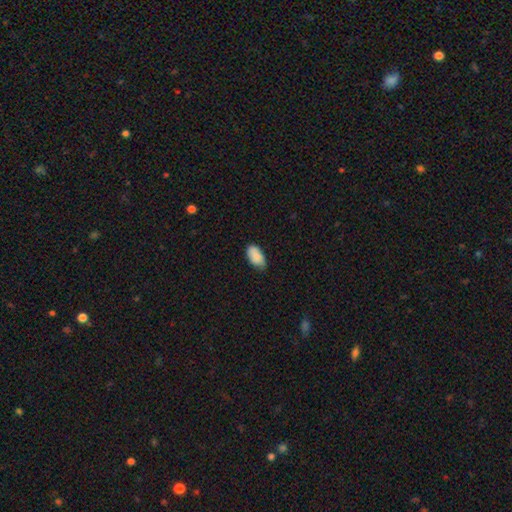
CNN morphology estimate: type=smooth (87%); roundness=in between (94%); merging=none (71%).